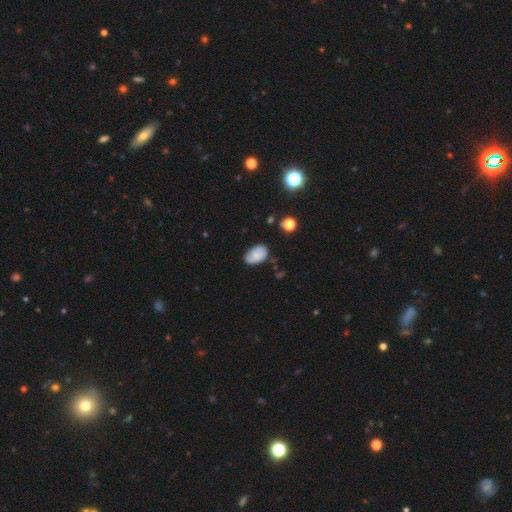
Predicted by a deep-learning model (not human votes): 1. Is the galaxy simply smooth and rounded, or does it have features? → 67% smooth, 24% featured or disk, 10% star or artifact.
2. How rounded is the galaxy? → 89% in between, 10% round, 1% cigar-shaped.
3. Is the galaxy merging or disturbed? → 66% none, 26% minor disturbance, 6% major disturbance, 2% merger.